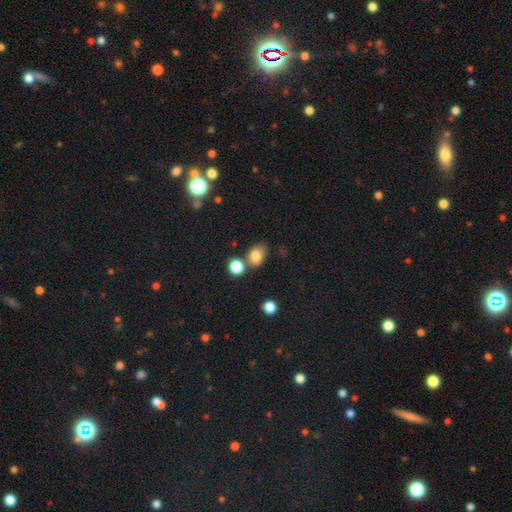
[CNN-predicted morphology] A smooth galaxy with no disk features (80%) that is in between round and cigar-shaped (67%). Merging: none (63%).